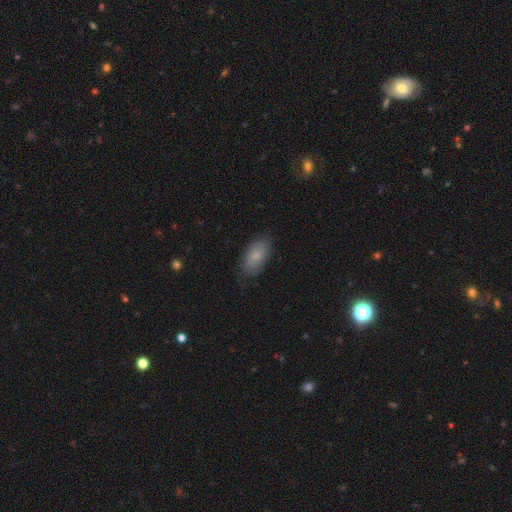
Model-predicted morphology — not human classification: A smooth galaxy with no disk features (78%) that is in between round and cigar-shaped (92%).

Vote fractions:
- Smooth or featured? smooth: 78% / featured or disk: 15% / star or artifact: 7%
- How rounded? in between: 92% / cigar-shaped: 5% / round: 3%
- Merging? none: 78% / minor disturbance: 17% / major disturbance: 4% / merger: 1%